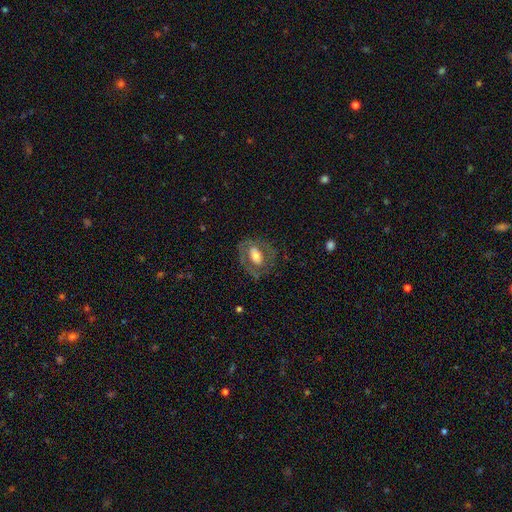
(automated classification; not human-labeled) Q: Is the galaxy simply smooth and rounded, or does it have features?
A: featured or disk — 55%.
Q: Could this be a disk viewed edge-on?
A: no — 94%.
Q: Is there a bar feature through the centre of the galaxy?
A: no — 60%.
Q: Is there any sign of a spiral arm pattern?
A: no — 65%.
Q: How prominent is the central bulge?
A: moderate — 53%.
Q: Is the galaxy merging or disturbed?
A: none — 69%.